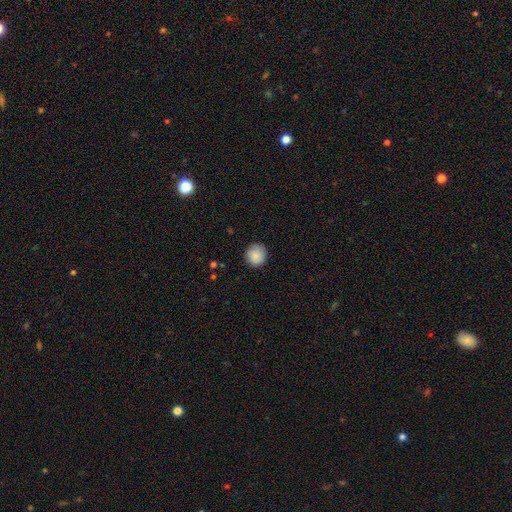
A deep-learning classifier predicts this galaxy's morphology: Smooth or featured: smooth — 86% (star or artifact — 7%)
How rounded: round — 91% (in between — 8%)
Merging: none — 86% (minor disturbance — 11%)